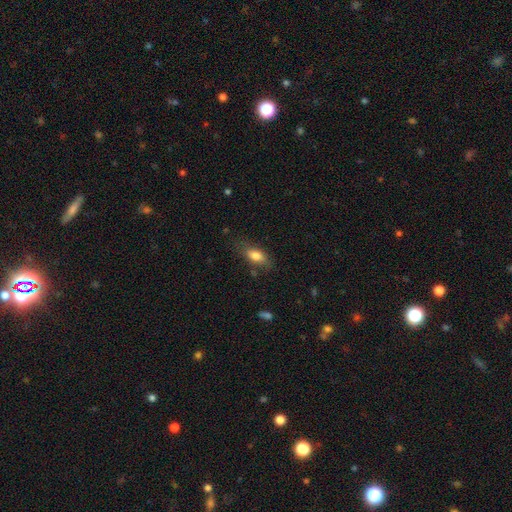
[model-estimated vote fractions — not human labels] smooth 79%, featured or disk 13%, star or artifact 8%. Down the decision tree: how rounded — in between (82%); merging — none (70%).